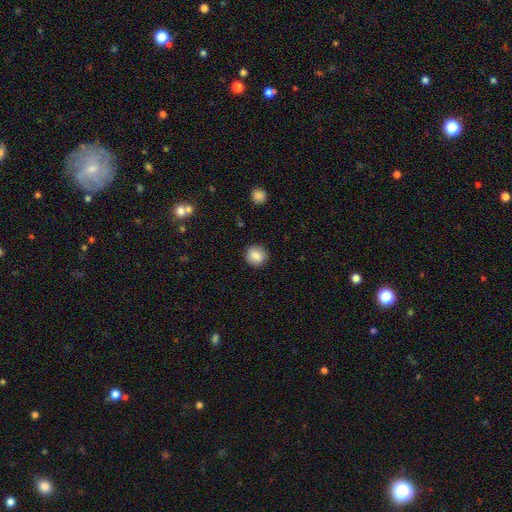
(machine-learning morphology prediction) smooth_or_featured: smooth (p=0.86) [alt: star or artifact p=0.08]
how_rounded: round (p=0.85) [alt: in between p=0.14]
merging: none (p=0.89) [alt: minor disturbance p=0.08]